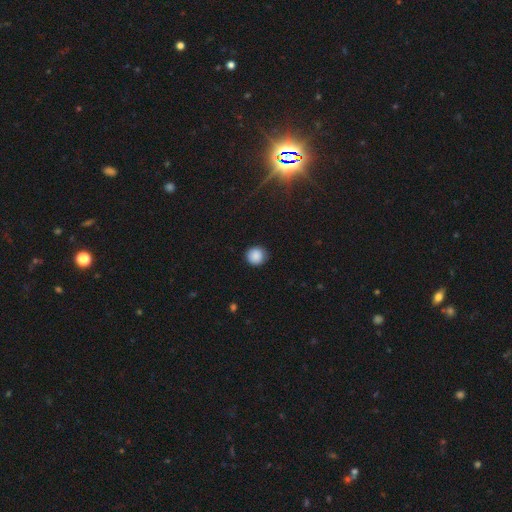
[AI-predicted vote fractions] The model was most divided on "smooth or featured": smooth: 88%, star or artifact: 9%, featured or disk: 3%. More confident: how rounded — round (94%); merging — none (89%).